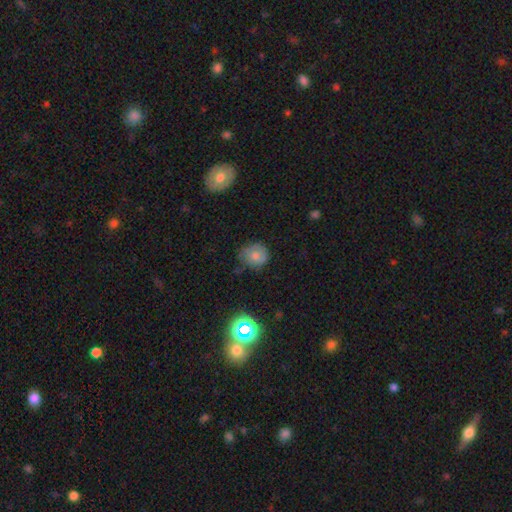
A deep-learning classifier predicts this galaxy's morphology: Smooth or featured: smooth — 72% (featured or disk — 15%)
How rounded: round — 80% (in between — 19%)
Merging: none — 61% (minor disturbance — 30%)